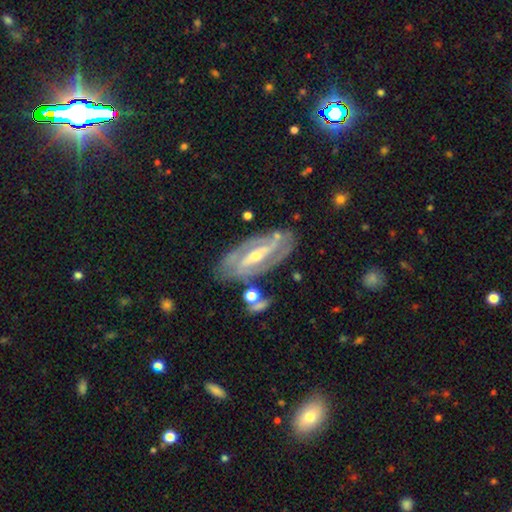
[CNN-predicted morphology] Q: Smooth or featured?
A: featured or disk (89%); runner-up: smooth (6%)
Q: Edge-on disk?
A: no (92%); runner-up: yes (8%)
Q: Bar?
A: strong (59%); runner-up: weak (26%)
Q: Spiral arms?
A: yes (96%); runner-up: no (4%)
Q: Spiral winding?
A: tight (51%); runner-up: medium (40%)
Q: Spiral arm count?
A: 2 (75%); runner-up: 3 (10%)
Q: Bulge size?
A: small (56%); runner-up: moderate (41%)
Q: Merging?
A: none (77%); runner-up: minor disturbance (15%)